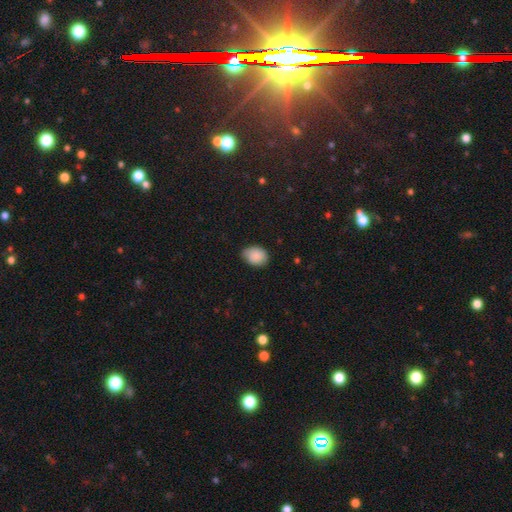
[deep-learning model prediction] Q: Smooth or featured?
A: smooth (86%); runner-up: star or artifact (7%)
Q: How rounded?
A: in between (60%); runner-up: round (39%)
Q: Merging?
A: none (67%); runner-up: minor disturbance (28%)